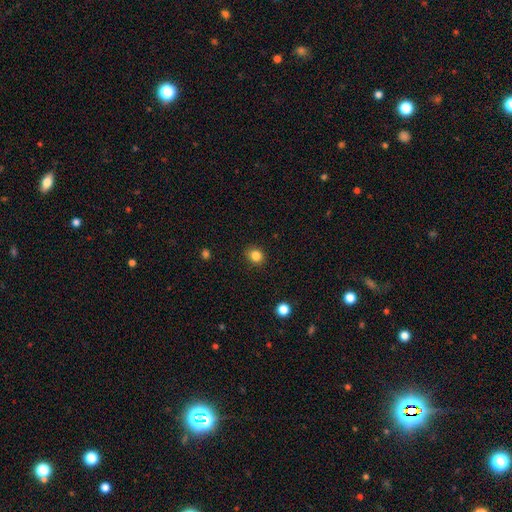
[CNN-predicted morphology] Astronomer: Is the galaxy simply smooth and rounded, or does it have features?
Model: smooth — 84%.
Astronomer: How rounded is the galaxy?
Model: round — 73%.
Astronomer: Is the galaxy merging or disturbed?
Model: none — 88%.